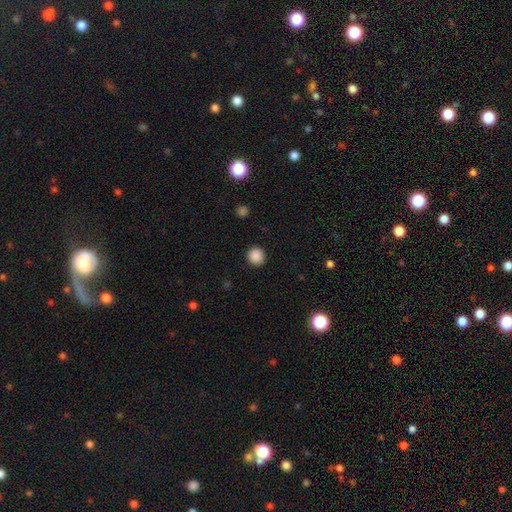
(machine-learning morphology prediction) A smooth galaxy with no disk features (88%) that is round (92%).

Vote fractions:
- Smooth or featured? smooth: 88% / star or artifact: 10% / featured or disk: 2%
- How rounded? round: 92% / in between: 7% / cigar-shaped: 1%
- Merging? none: 91% / minor disturbance: 6% / major disturbance: 2% / merger: 1%